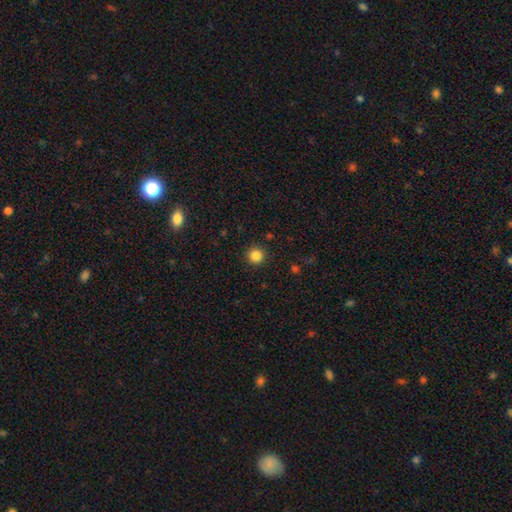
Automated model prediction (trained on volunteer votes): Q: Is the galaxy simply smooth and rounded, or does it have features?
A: smooth — 85%.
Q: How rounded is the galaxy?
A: round — 95%.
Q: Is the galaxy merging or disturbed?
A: none — 92%.